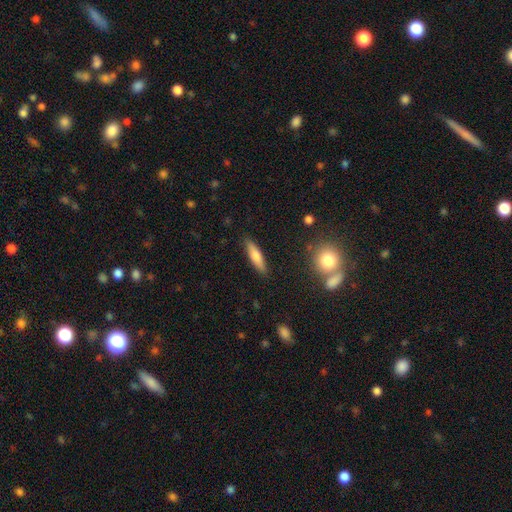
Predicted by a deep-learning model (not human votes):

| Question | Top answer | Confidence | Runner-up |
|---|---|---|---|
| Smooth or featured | smooth | 70% | featured or disk (23%) |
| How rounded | cigar-shaped | 76% | in between (22%) |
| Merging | none | 87% | minor disturbance (9%) |